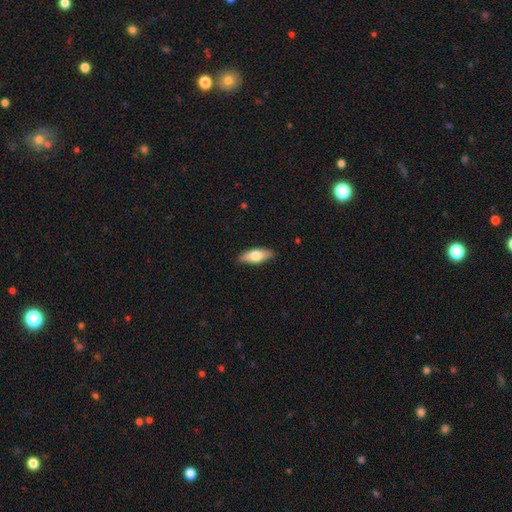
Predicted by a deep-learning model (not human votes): Smooth or featured?
  - smooth: 64% *
  - featured or disk: 31%
  - star or artifact: 6%
How rounded?
  - in between: 70% *
  - cigar-shaped: 27%
  - round: 3%
Merging?
  - none: 88% *
  - minor disturbance: 9%
  - major disturbance: 2%
  - merger: 1%